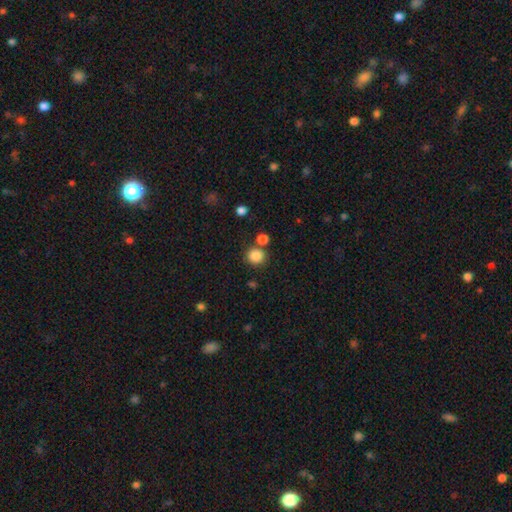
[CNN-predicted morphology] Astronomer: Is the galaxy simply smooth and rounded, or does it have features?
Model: smooth — 86%.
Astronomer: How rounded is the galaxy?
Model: round — 89%.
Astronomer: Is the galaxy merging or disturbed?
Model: none — 76%.